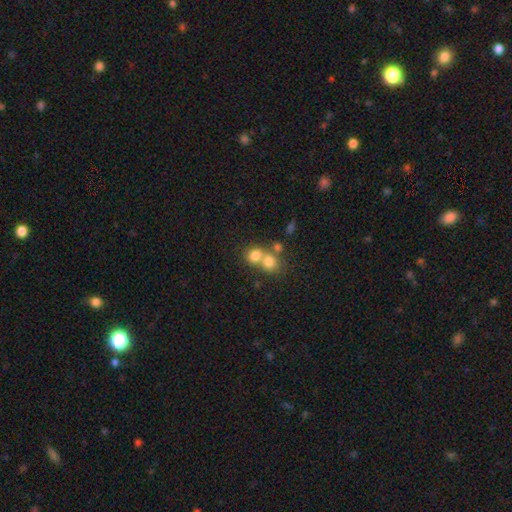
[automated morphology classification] The model was most divided on "merging": merger: 55%, none: 35%, minor disturbance: 6%, major disturbance: 4%. More confident: smooth or featured — smooth (76%); how rounded — round (69%).